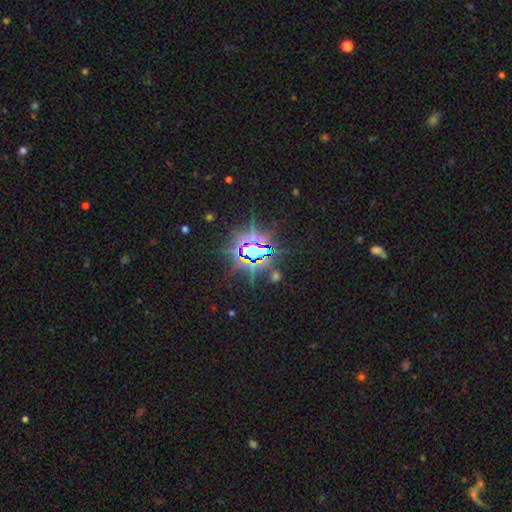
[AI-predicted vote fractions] This is clearly a star or artifact rather than a galaxy (82%).